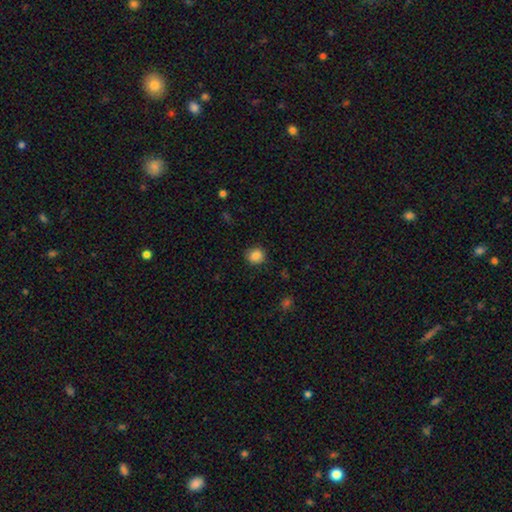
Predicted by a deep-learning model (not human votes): Smooth or featured? Predicted: smooth (p=0.86). How rounded? Predicted: round (p=0.83). Merging? Predicted: none (p=0.88).